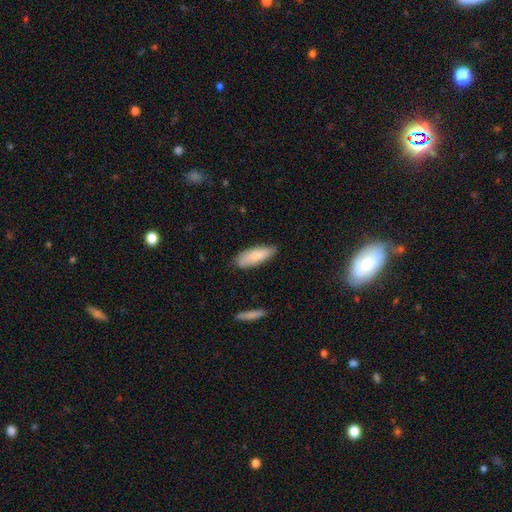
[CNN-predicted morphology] smooth-or-featured: smooth: 77% | featured or disk: 18% | star or artifact: 6%
  how-rounded: in between: 68% | cigar-shaped: 30% | round: 2%
  merging: none: 77% | minor disturbance: 18% | major disturbance: 3% | merger: 2%